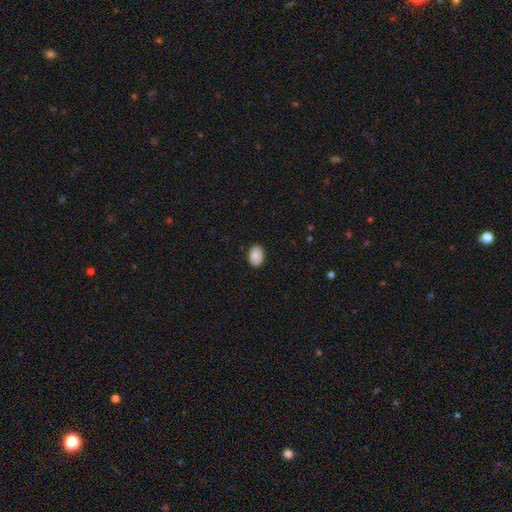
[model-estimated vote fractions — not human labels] A smooth galaxy with no disk features (85%) that is in between round and cigar-shaped (85%).

Vote fractions:
- Smooth or featured? smooth: 85% / featured or disk: 8% / star or artifact: 7%
- How rounded? in between: 85% / round: 14% / cigar-shaped: 1%
- Merging? none: 86% / minor disturbance: 11% / major disturbance: 2% / merger: 1%